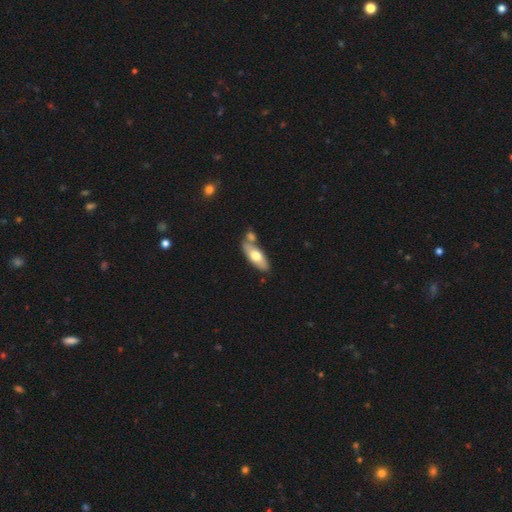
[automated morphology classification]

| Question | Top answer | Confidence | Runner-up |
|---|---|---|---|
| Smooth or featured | smooth | 61% | featured or disk (34%) |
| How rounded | in between | 69% | cigar-shaped (28%) |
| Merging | none | 54% | merger (28%) |